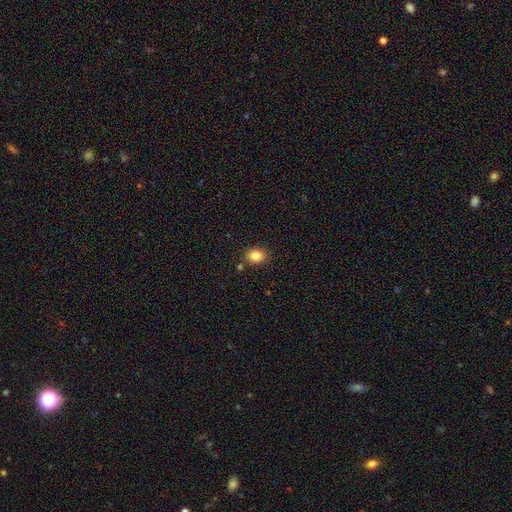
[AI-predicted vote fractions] The model was most divided on "how rounded": in between: 54%, round: 46%, cigar-shaped: 1%. More confident: smooth or featured — smooth (85%); merging — none (84%).